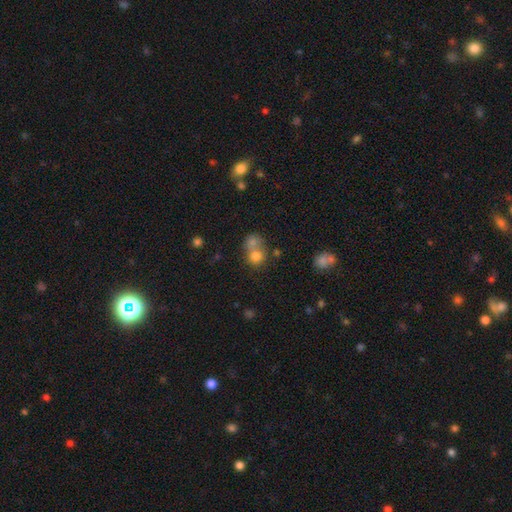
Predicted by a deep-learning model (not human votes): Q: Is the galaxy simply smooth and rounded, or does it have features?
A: smooth — 75%.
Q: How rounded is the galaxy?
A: round — 76%.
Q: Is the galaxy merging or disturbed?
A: merger — 57%.